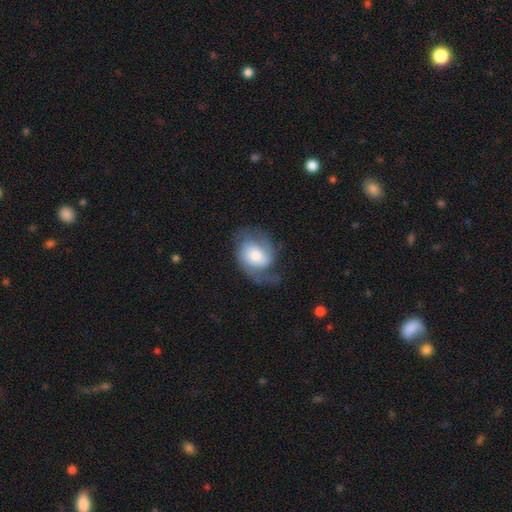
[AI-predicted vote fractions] This appears to be a featured or disk galaxy (64%) with no bar (67%), 2 (70%) medium (43%) spiral arms (86%) and a moderate central bulge (53%). Merging: none (53%).